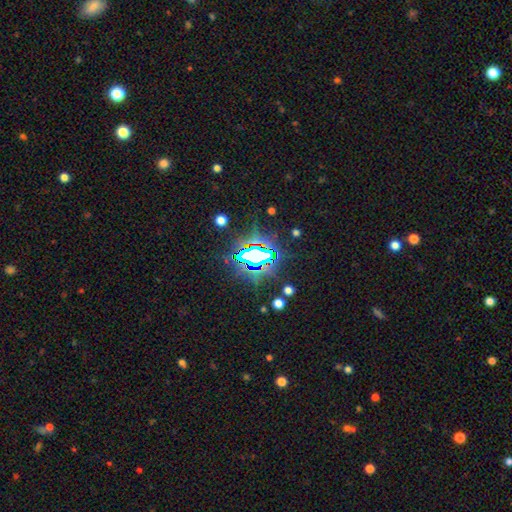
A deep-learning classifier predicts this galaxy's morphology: A star or artifact, not a galaxy (83%).

Vote fractions:
- Smooth or featured? star or artifact: 83% / smooth: 10% / featured or disk: 7%